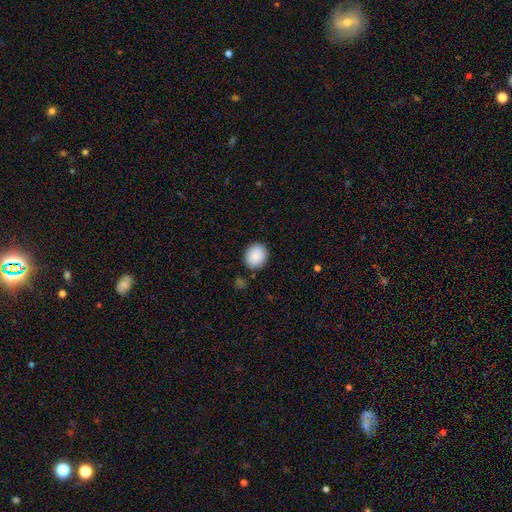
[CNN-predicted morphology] A smooth galaxy with no disk features (89%) that is round (67%). Merging: none (86%).